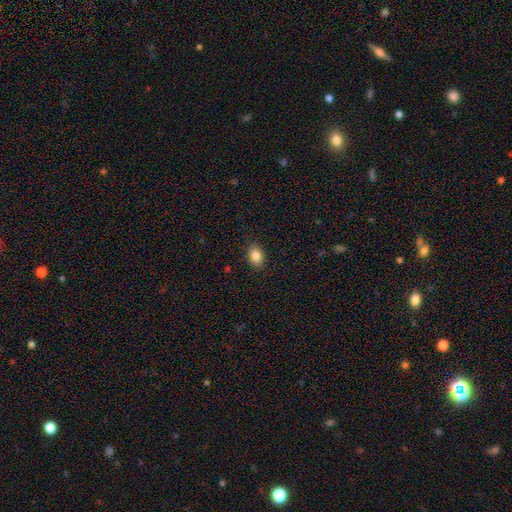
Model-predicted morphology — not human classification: smooth_or_featured: smooth (p=0.87) [alt: star or artifact p=0.08]
how_rounded: in between (p=0.80) [alt: round p=0.19]
merging: none (p=0.88) [alt: minor disturbance p=0.09]